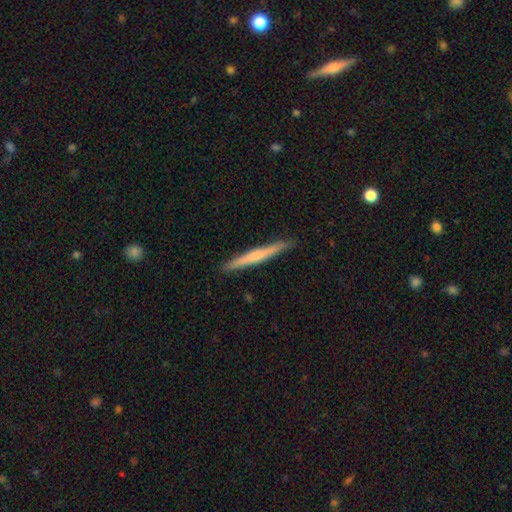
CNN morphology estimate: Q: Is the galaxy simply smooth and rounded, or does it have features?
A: featured or disk — 49%.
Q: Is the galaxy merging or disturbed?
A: none — 91%.